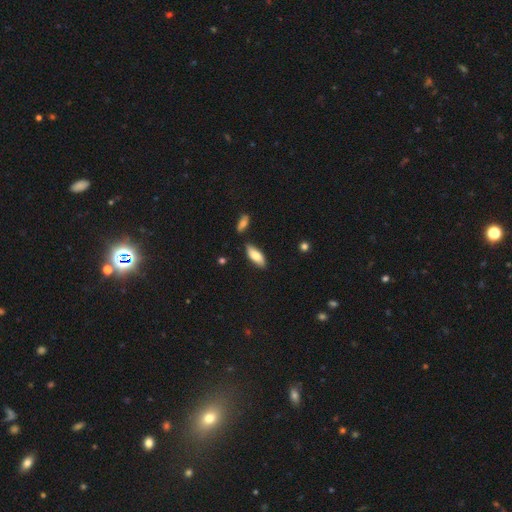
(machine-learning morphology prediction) Q: Smooth or featured?
A: smooth (81%); runner-up: featured or disk (13%)
Q: How rounded?
A: in between (78%); runner-up: cigar-shaped (20%)
Q: Merging?
A: none (77%); runner-up: minor disturbance (15%)